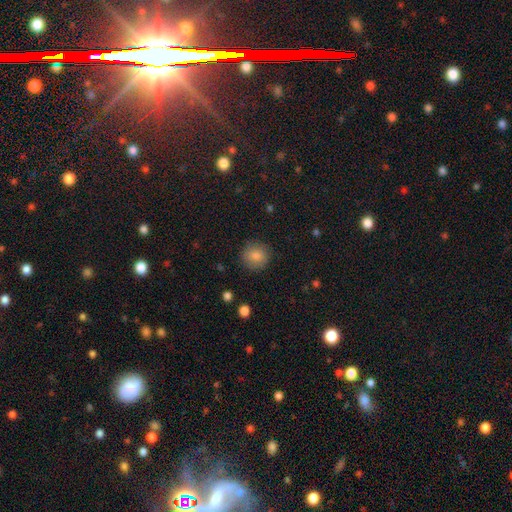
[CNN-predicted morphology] smooth 84%, star or artifact 9%, featured or disk 7%. Down the decision tree: how rounded — round (90%); merging — none (87%).